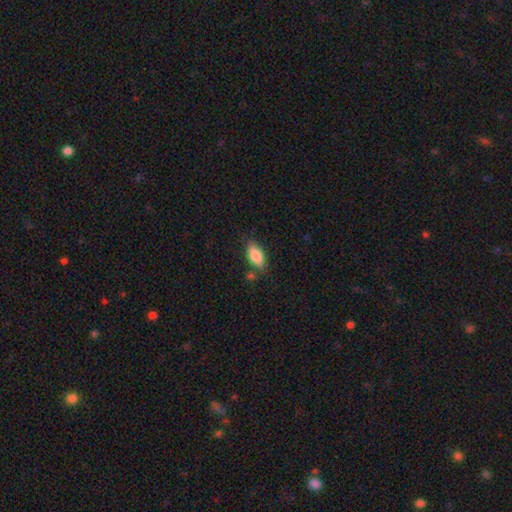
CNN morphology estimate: This is likely a smooth galaxy (80%). How rounded: clearly in between (84%). Merging: likely none (73%).